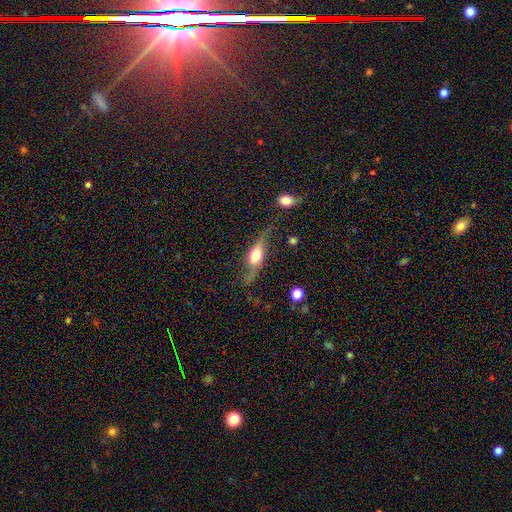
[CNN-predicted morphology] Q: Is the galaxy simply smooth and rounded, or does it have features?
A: featured or disk — 63%.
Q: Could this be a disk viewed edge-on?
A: yes — 62%.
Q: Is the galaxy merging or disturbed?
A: none — 61%.